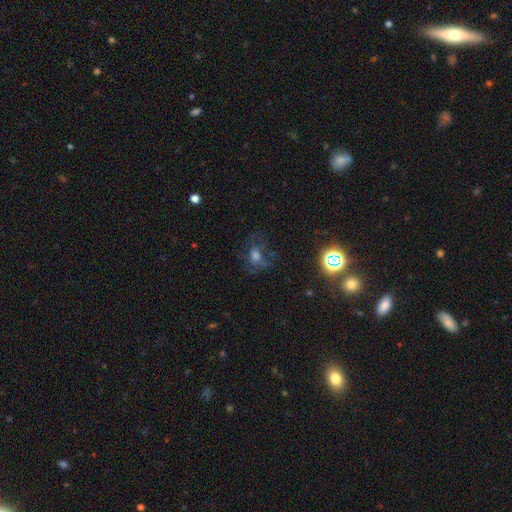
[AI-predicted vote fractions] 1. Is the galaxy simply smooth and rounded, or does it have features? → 36% featured or disk, 35% smooth, 29% star or artifact.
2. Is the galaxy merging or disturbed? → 48% none, 29% major disturbance, 19% minor disturbance, 3% merger.